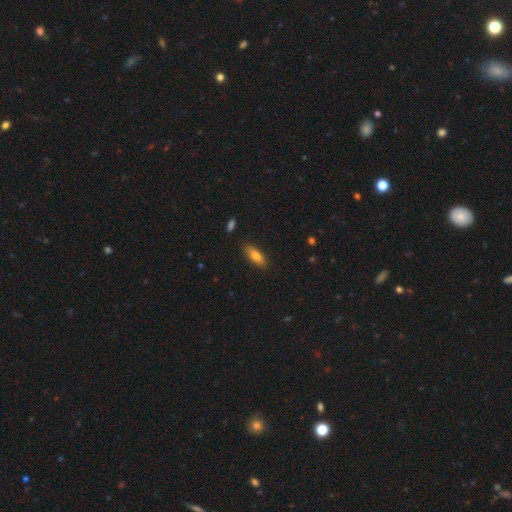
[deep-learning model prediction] A smooth galaxy with no disk features (77%) that is in between round and cigar-shaped (68%).

Vote fractions:
- Smooth or featured? smooth: 77% / featured or disk: 16% / star or artifact: 7%
- How rounded? in between: 68% / cigar-shaped: 30% / round: 2%
- Merging? none: 86% / minor disturbance: 10% / major disturbance: 2% / merger: 1%